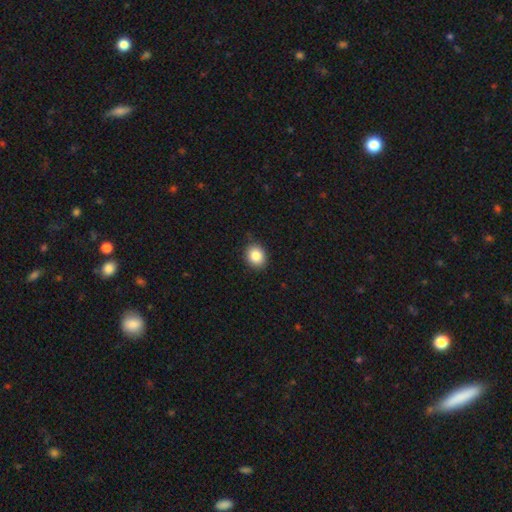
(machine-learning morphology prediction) A smooth galaxy with no disk features (86%) that is round (59%). Merging: none (82%).